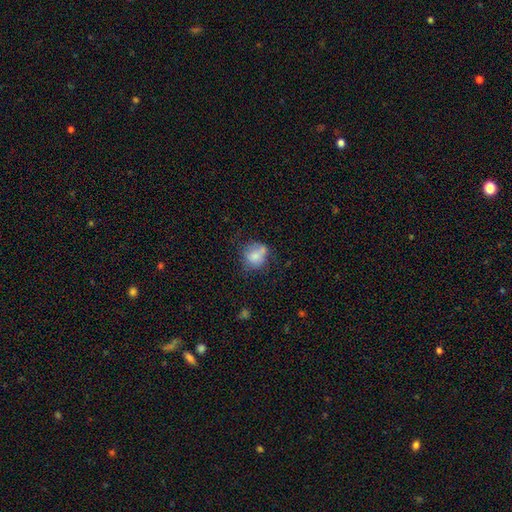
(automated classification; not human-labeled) This appears to be a smooth galaxy with no disk features (73%) that is round (69%). Merging: none (46%).